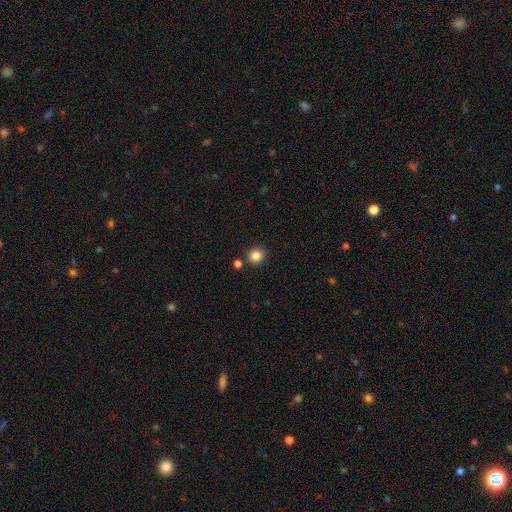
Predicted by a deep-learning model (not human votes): Morphology: type=smooth (84%); roundness=round (92%); merging=none (86%).